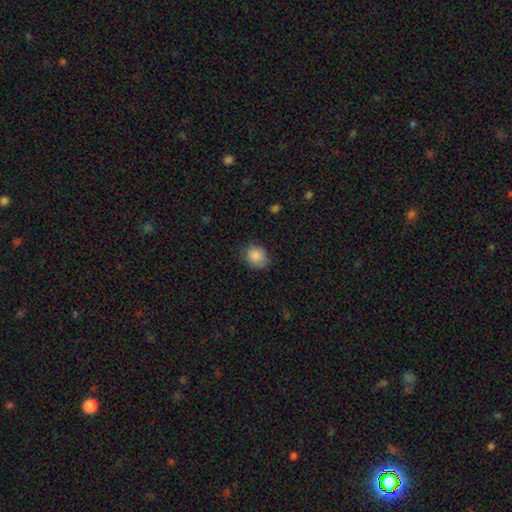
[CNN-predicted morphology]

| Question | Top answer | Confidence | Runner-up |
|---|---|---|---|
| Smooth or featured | smooth | 87% | star or artifact (8%) |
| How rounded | round | 70% | in between (30%) |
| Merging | none | 74% | minor disturbance (21%) |